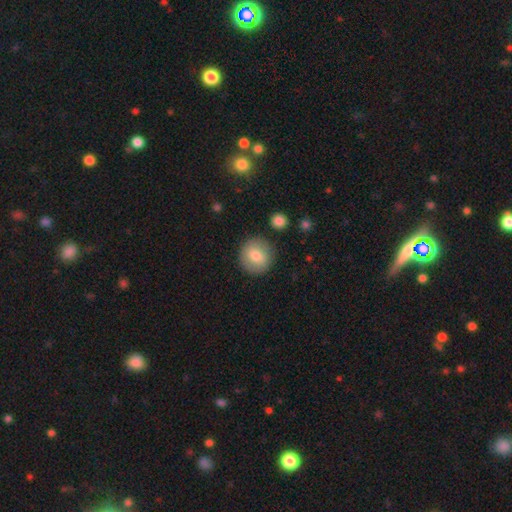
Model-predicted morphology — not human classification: Overall: smooth (79%). How rounded: round (92%). Merging: none (87%).